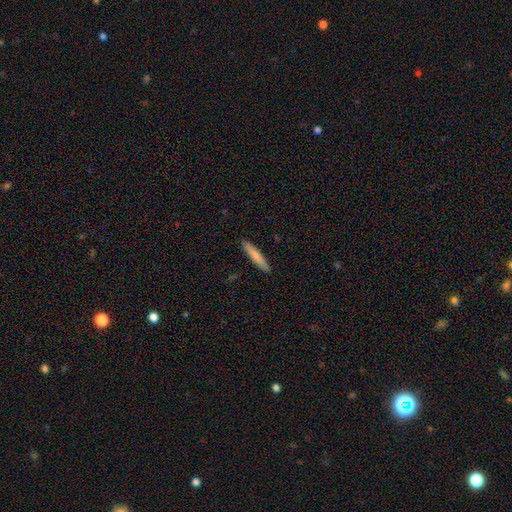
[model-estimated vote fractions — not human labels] This is likely a smooth galaxy (76%). How rounded: clearly cigar-shaped (92%). Merging: clearly none (91%).